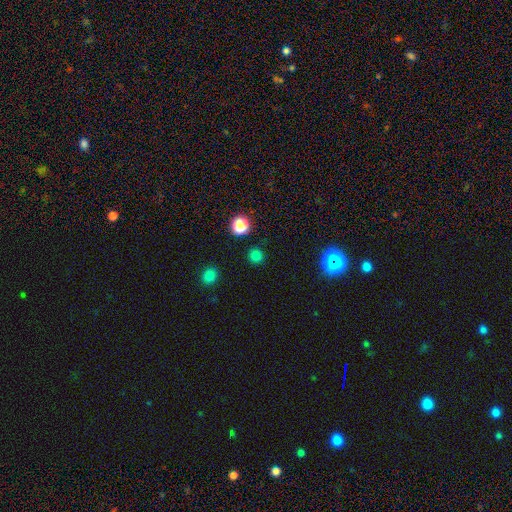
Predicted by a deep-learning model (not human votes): smooth 76%, star or artifact 20%, featured or disk 4%. Down the decision tree: how rounded — round (94%); merging — none (90%).